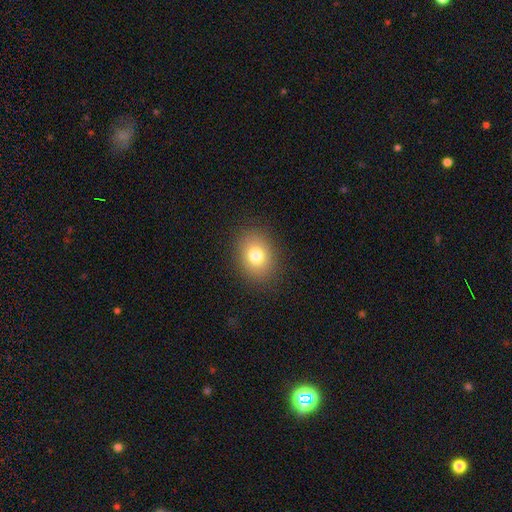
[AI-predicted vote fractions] smooth_or_featured: smooth (p=0.78) [alt: star or artifact p=0.12]
how_rounded: in between (p=0.51) [alt: round p=0.48]
merging: none (p=0.87) [alt: minor disturbance p=0.08]